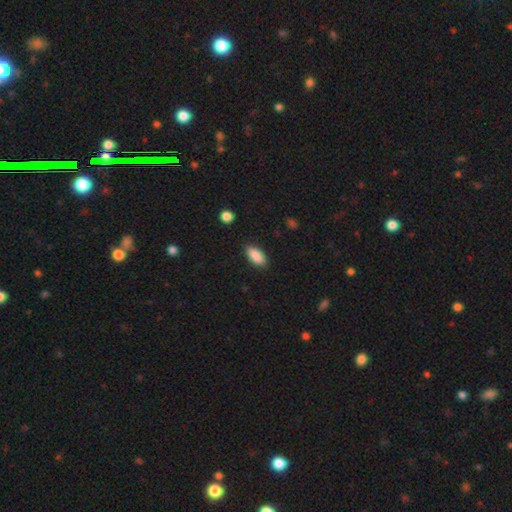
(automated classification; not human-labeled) Smooth or featured: smooth — 89% (star or artifact — 7%)
How rounded: in between — 89% (cigar-shaped — 9%)
Merging: none — 87% (minor disturbance — 10%)